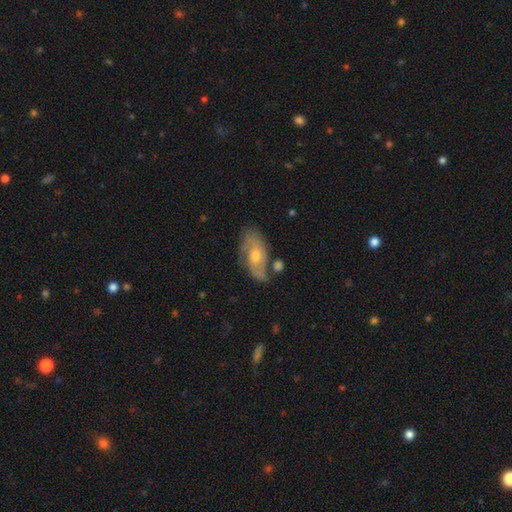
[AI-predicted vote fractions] smooth-or-featured: featured or disk: 70% | smooth: 23% | star or artifact: 7%
  disk-edge-on: no: 92% | yes: 8%
    bar: no: 64% | weak: 30% | strong: 6%
    has-spiral-arms: yes: 84% | no: 16%
      spiral-winding: medium: 44% | tight: 28% | loose: 28%
      spiral-arm-count: 2: 66% | can't tell: 20% | 3: 6% | 1: 4% | 4: 2% | more than 4: 2%
    bulge-size: moderate: 61% | small: 32% | large: 4% | none: 2% | dominant: 1%
  merging: none: 62% | minor disturbance: 22% | major disturbance: 9% | merger: 7%